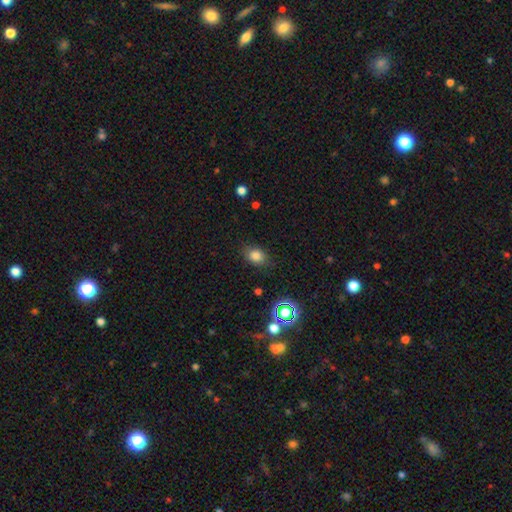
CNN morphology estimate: smooth 79%, star or artifact 14%, featured or disk 7%. Down the decision tree: how rounded — in between (69%); merging — none (83%).